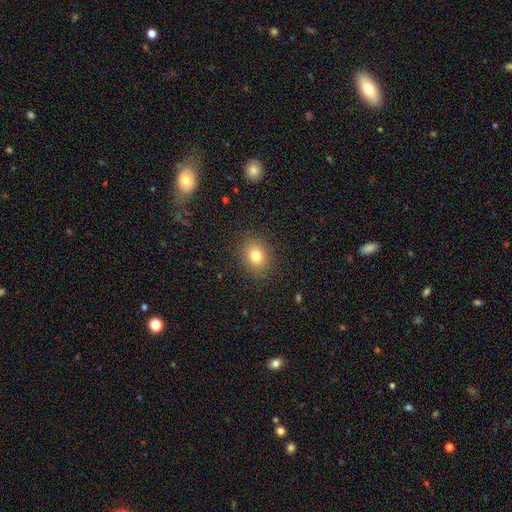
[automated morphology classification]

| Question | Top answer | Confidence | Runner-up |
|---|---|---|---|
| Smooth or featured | smooth | 80% | star or artifact (11%) |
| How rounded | in between | 52% | round (47%) |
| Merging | none | 88% | minor disturbance (9%) |